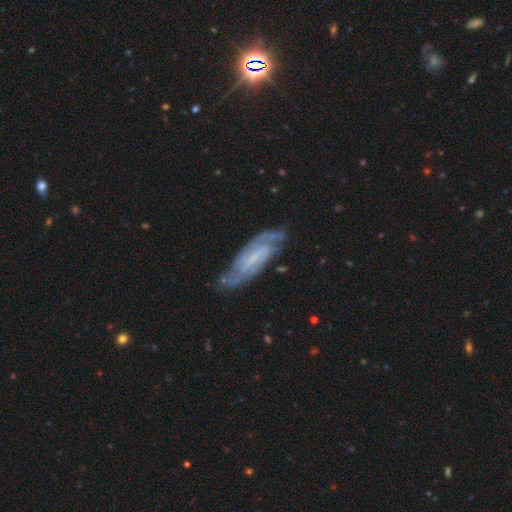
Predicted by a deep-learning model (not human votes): A featured or disk galaxy (77%) with a weak bar (43%), 2 (65%) tight (48%) spiral arms (95%) and a small central bulge (50%).

Vote fractions:
- Smooth or featured? featured or disk: 77% / smooth: 12% / star or artifact: 10%
- Edge-on disk? no: 88% / yes: 12%
- Bar? weak: 43% / no: 40% / strong: 17%
- Spiral arms? yes: 95% / no: 5%
- Spiral winding? tight: 48% / medium: 41% / loose: 11%
- Spiral arm count? 2: 65% / can't tell: 18% / 3: 8% / 4: 3% / 1: 3% / more than 4: 3%
- Bulge size? small: 50% / none: 31% / moderate: 15% / large: 2% / dominant: 1%
- Merging? none: 77% / minor disturbance: 16% / major disturbance: 5% / merger: 2%